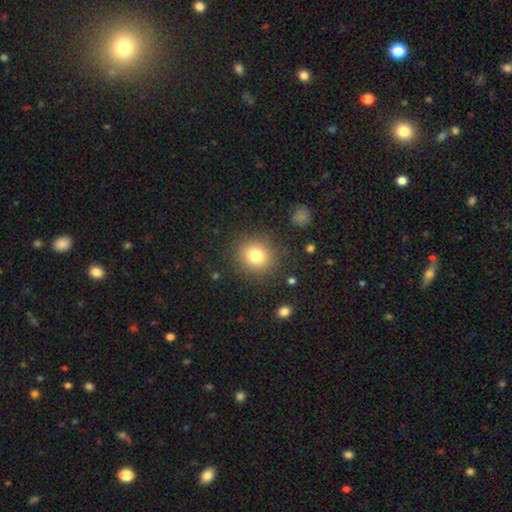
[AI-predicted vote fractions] Smooth or featured? smooth (79%)
How rounded? round (82%)
Merging? none (86%)